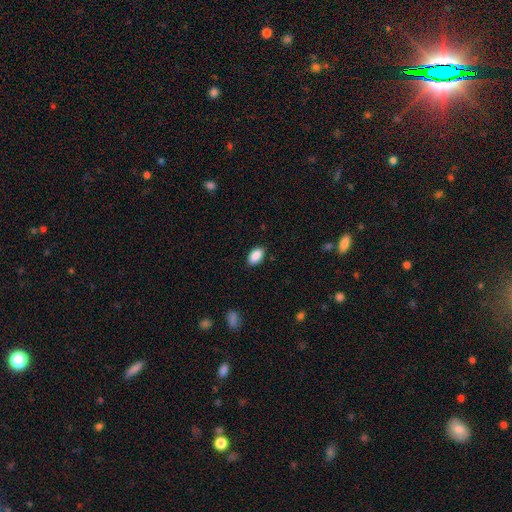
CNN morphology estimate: This appears to be a smooth galaxy with no disk features (90%) that is in between round and cigar-shaped (93%). Merging: none (87%).